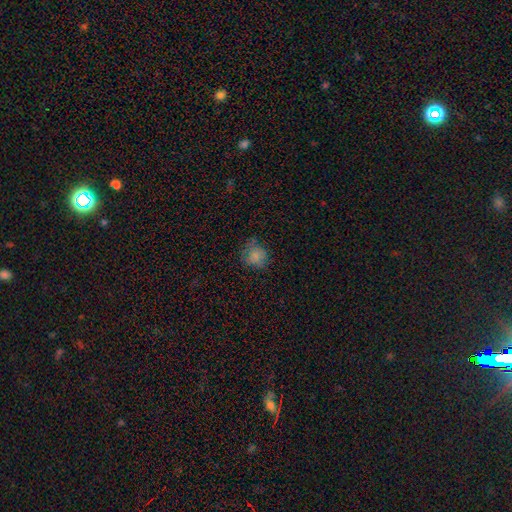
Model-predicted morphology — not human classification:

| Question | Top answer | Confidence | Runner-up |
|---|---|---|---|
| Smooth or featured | smooth | 77% | star or artifact (12%) |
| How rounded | round | 78% | in between (21%) |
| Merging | none | 64% | minor disturbance (24%) |